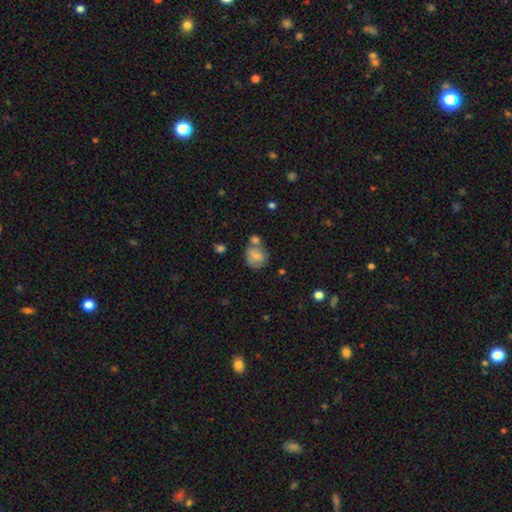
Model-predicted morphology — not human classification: Overall: smooth (75%). How rounded: round (66%; in between 33%). Merging: none (44%; merger 29%).